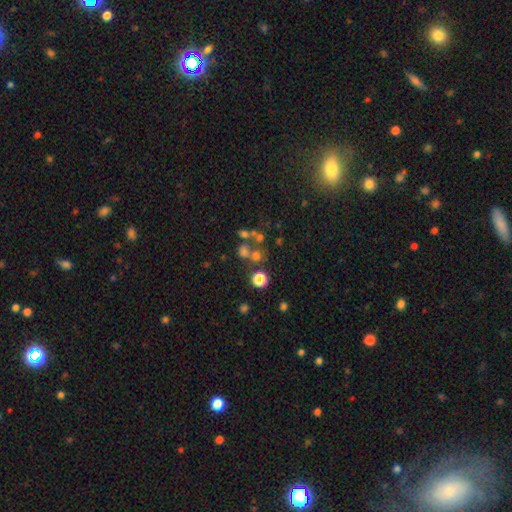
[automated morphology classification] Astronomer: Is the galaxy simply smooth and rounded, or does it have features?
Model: smooth — 56%.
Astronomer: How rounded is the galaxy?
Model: round — 86%.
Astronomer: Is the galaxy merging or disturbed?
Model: none — 53% (runner-up: merger, 31%).